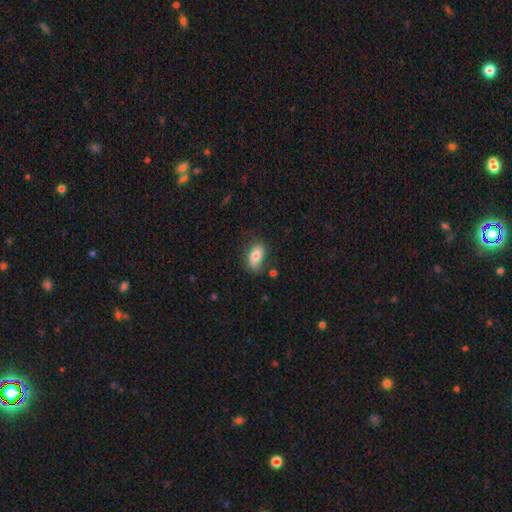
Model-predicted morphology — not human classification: Overall: smooth (73%). How rounded: in between (89%). Merging: none (62%; minor disturbance 25%).